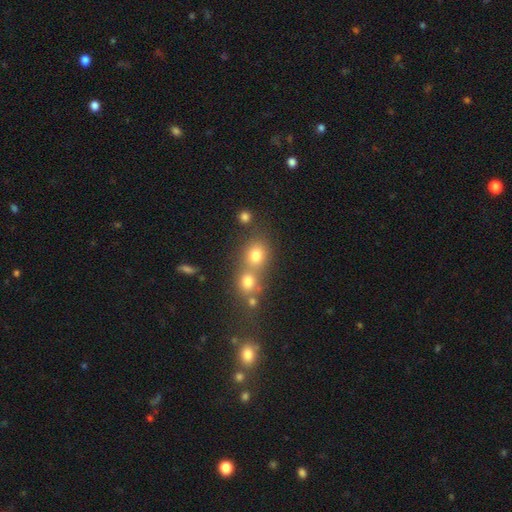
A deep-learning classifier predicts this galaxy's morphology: smooth 72%, star or artifact 17%, featured or disk 11%. Down the decision tree: how rounded — round (75%); merging — merger (46%).